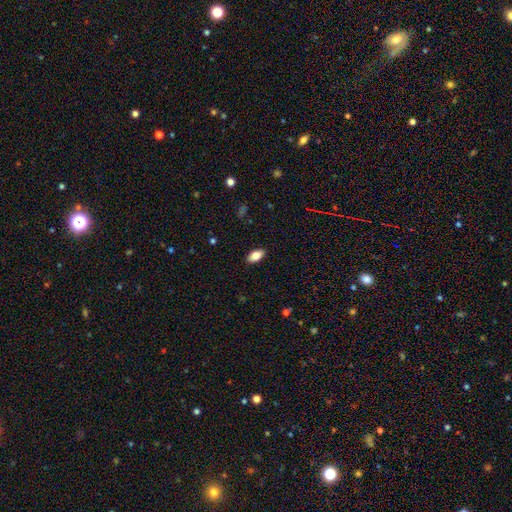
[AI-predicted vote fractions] A smooth galaxy with no disk features (79%) that is in between round and cigar-shaped (91%). Merging: none (89%).